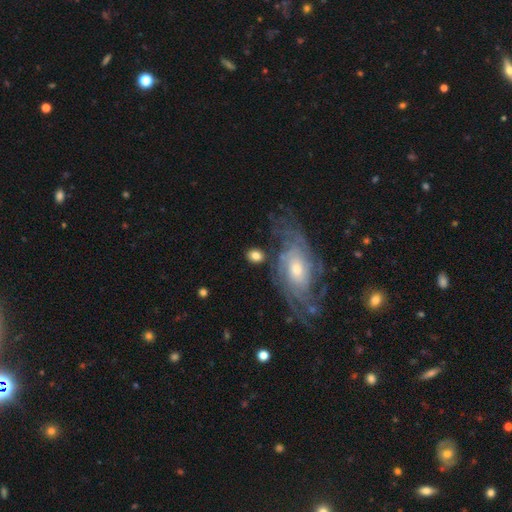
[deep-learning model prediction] Smooth or featured? Predicted: smooth (p=0.70). How rounded? Predicted: in between (p=0.53). Merging? Predicted: none (p=0.71).